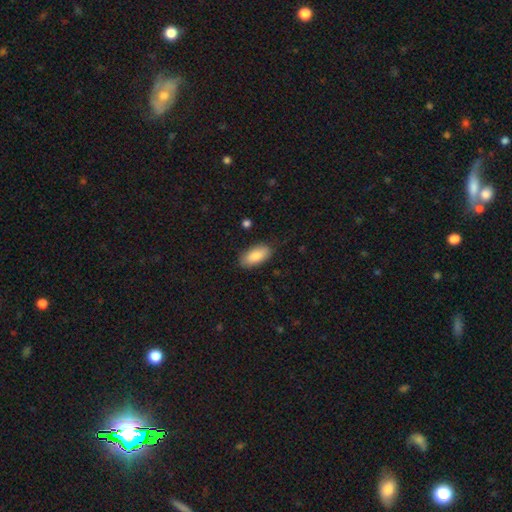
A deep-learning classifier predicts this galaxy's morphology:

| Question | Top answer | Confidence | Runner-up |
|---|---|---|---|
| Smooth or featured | smooth | 86% | featured or disk (8%) |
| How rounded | in between | 91% | cigar-shaped (6%) |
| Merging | none | 85% | minor disturbance (12%) |